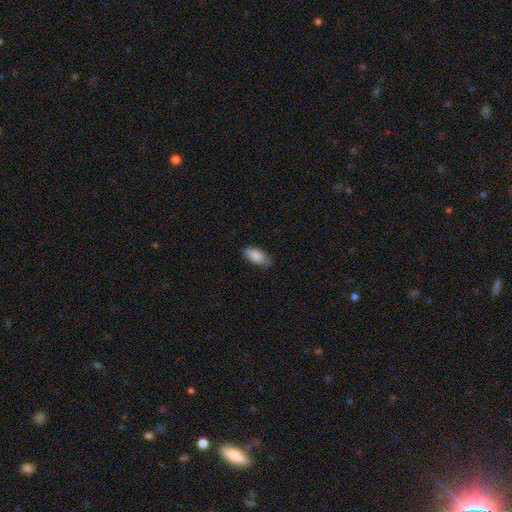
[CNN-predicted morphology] smooth-or-featured: smooth: 85% | featured or disk: 8% | star or artifact: 6%
  how-rounded: in between: 89% | cigar-shaped: 9% | round: 2%
  merging: none: 78% | minor disturbance: 18% | major disturbance: 3% | merger: 1%